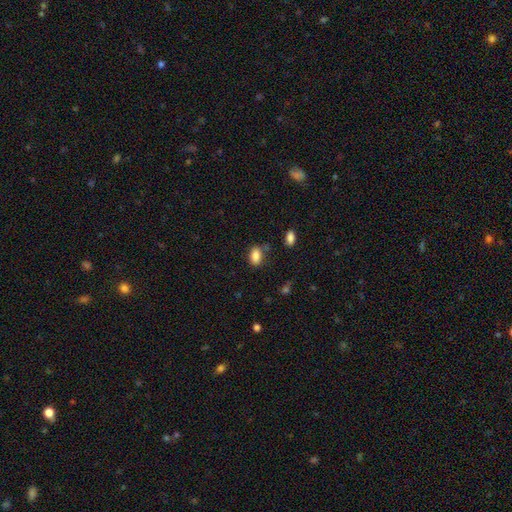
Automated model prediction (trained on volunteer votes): smooth-or-featured: smooth: 86% | star or artifact: 9% | featured or disk: 5%
  how-rounded: in between: 87% | round: 11% | cigar-shaped: 2%
  merging: none: 73% | minor disturbance: 17% | merger: 6% | major disturbance: 4%